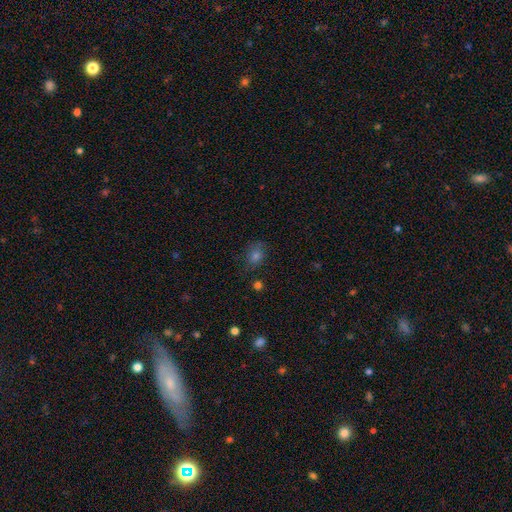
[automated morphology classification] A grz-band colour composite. It shows a smooth galaxy with no disk features (65%) that is round (52%). Merging: none (71%).